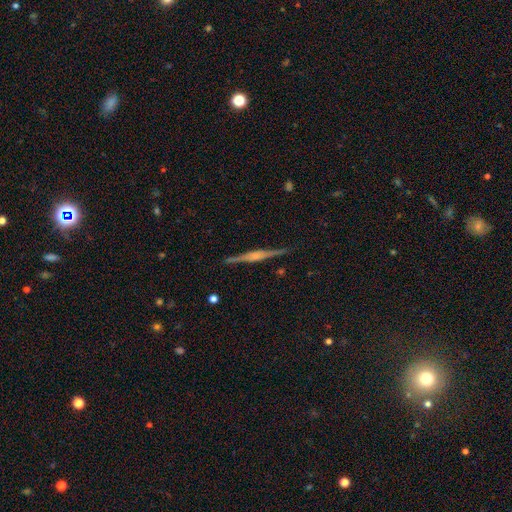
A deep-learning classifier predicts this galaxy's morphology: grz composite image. It shows a featured or disk galaxy (80%) viewed edge-on (98%) with a rounded central bulge (57%). Merging: none (90%).